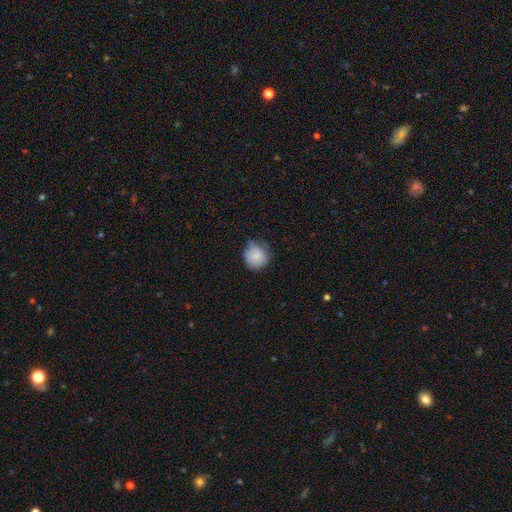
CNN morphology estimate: Overall: smooth (81%). How rounded: round (87%). Merging: none (56%; minor disturbance 34%).